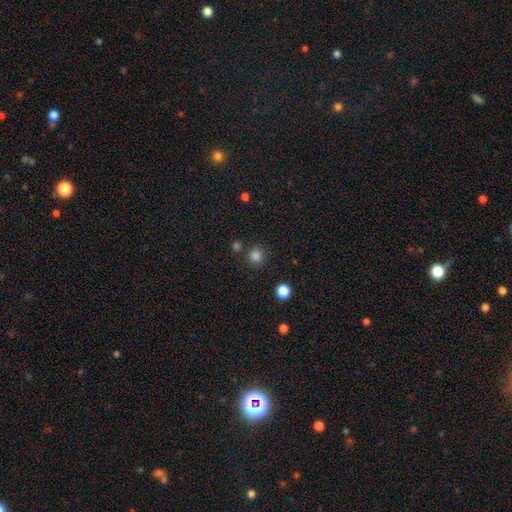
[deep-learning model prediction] Smooth or featured? Predicted: smooth (p=0.82). How rounded? Predicted: round (p=0.94). Merging? Predicted: none (p=0.85).